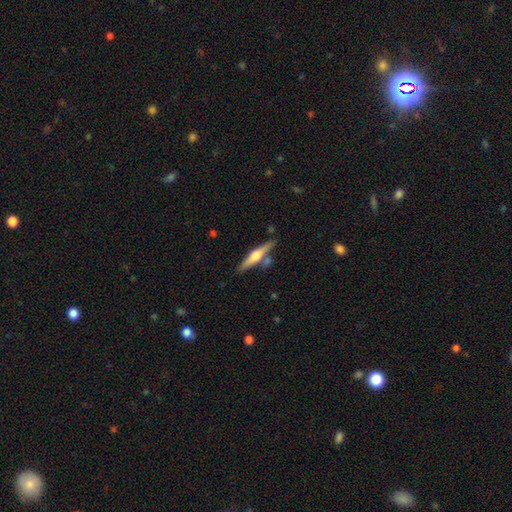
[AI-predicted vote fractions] Smooth or featured: featured or disk — 65% (smooth — 30%)
Edge-on disk: yes — 97% (no — 3%)
Edge-on bulge: rounded — 90% (boxy — 7%)
Merging: none — 74% (minor disturbance — 12%)